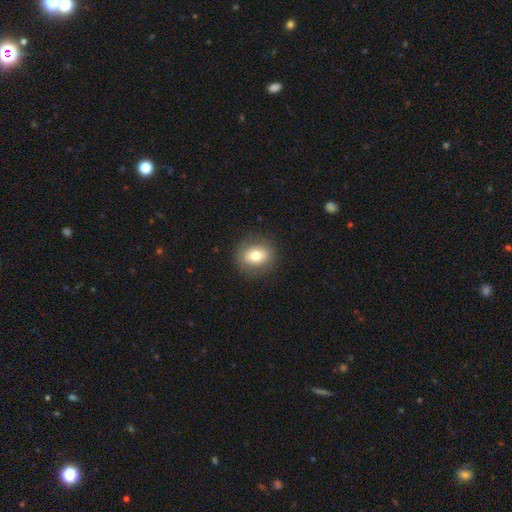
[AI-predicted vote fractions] smooth_or_featured: smooth (p=0.75) [alt: featured or disk p=0.16]
how_rounded: round (p=0.68) [alt: in between p=0.31]
merging: none (p=0.87) [alt: minor disturbance p=0.09]